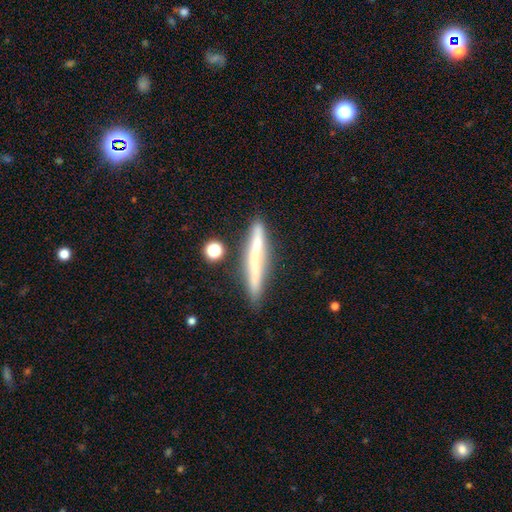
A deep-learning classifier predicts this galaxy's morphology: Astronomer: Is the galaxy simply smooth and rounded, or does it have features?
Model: smooth — 47% (runner-up: featured or disk, 45%).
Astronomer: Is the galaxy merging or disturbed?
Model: none — 82%.